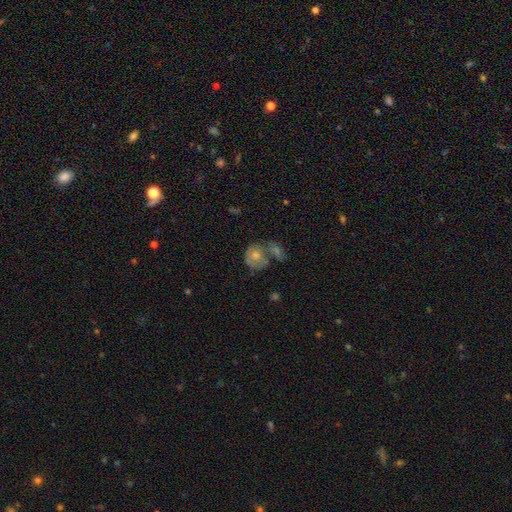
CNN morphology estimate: Smooth or featured: smooth — 64% (featured or disk — 27%)
How rounded: round — 68% (in between — 31%)
Merging: merger — 42% (none — 31%)